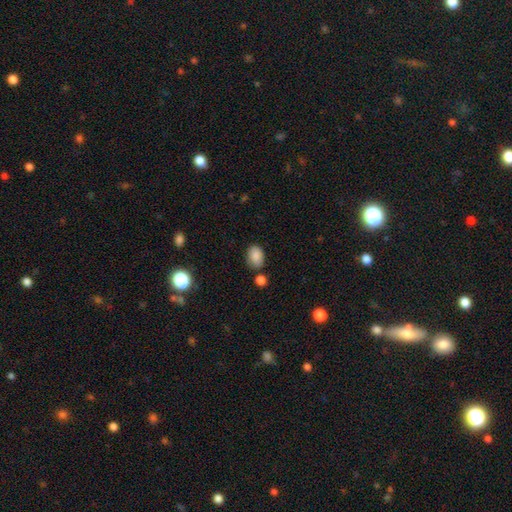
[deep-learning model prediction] Q: Smooth or featured?
A: smooth (86%); runner-up: star or artifact (9%)
Q: How rounded?
A: in between (79%); runner-up: round (20%)
Q: Merging?
A: none (73%); runner-up: minor disturbance (17%)